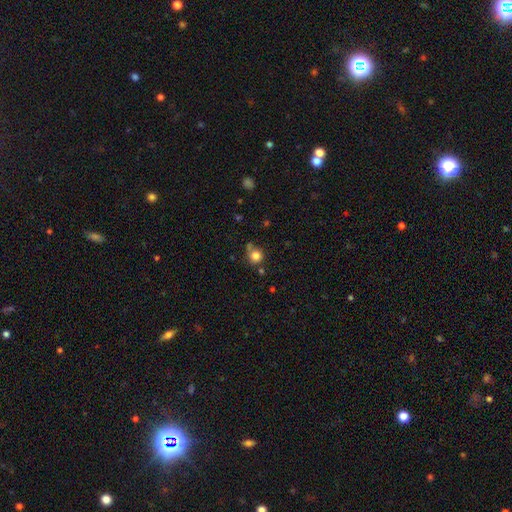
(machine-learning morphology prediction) Smooth or featured: smooth — 81% (star or artifact — 12%)
How rounded: round — 90% (in between — 9%)
Merging: none — 65% (minor disturbance — 18%)